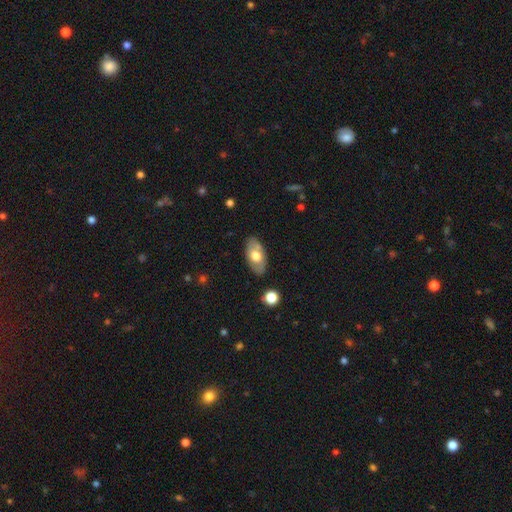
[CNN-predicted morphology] Smooth or featured? smooth (58%)
How rounded? in between (93%)
Merging? none (81%)